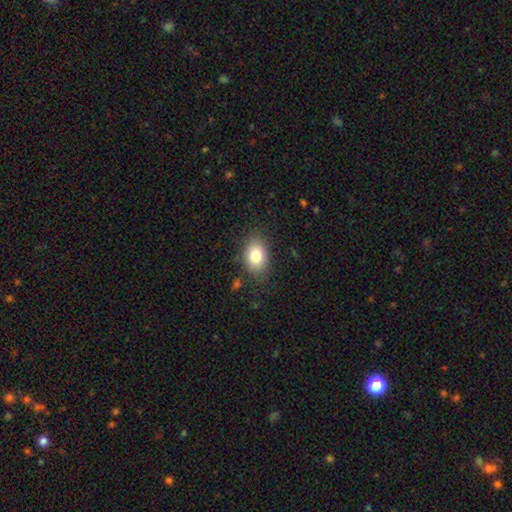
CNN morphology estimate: Smooth or featured? Predicted: smooth (p=0.82). How rounded? Predicted: in between (p=0.81). Merging? Predicted: none (p=0.83).